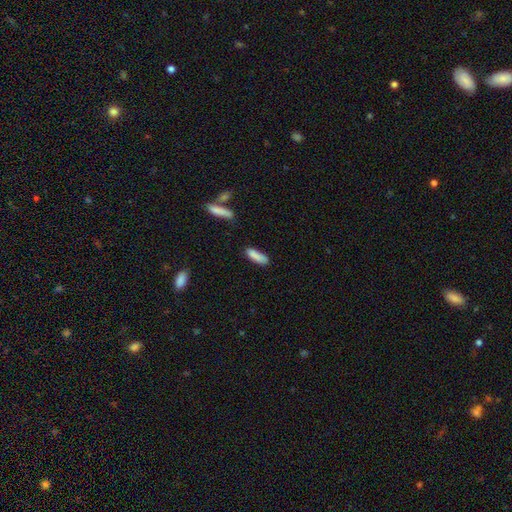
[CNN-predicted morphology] A smooth galaxy with no disk features (86%) that is cigar-shaped (60%).

Vote fractions:
- Smooth or featured? smooth: 86% / featured or disk: 7% / star or artifact: 7%
- How rounded? cigar-shaped: 60% / in between: 39% / round: 2%
- Merging? none: 75% / minor disturbance: 17% / merger: 4% / major disturbance: 4%